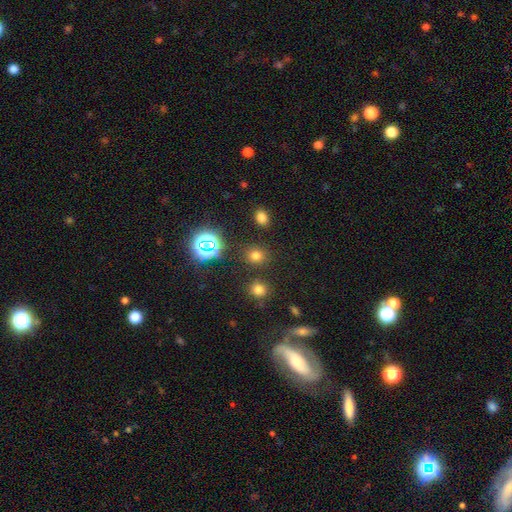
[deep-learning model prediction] Smooth or featured? smooth (70%)
How rounded? round (75%)
Merging? none (84%)